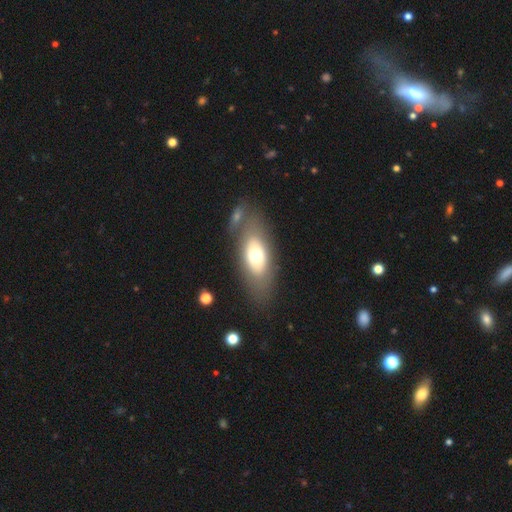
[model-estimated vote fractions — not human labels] Morphology: type=smooth (60%); roundness=in between (84%); merging=none (71%).